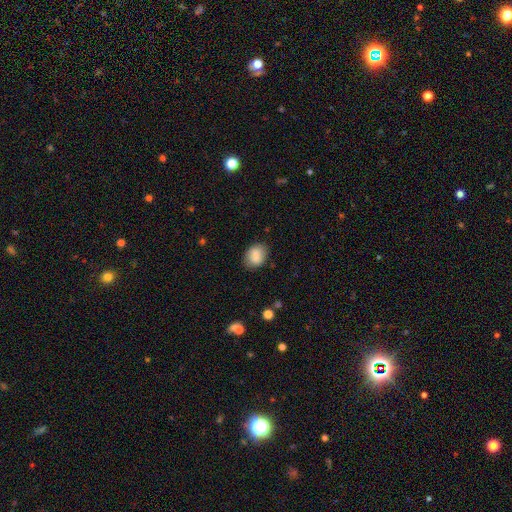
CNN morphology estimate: Smooth or featured? Predicted: smooth (p=0.85). How rounded? Predicted: in between (p=0.67). Merging? Predicted: none (p=0.78).